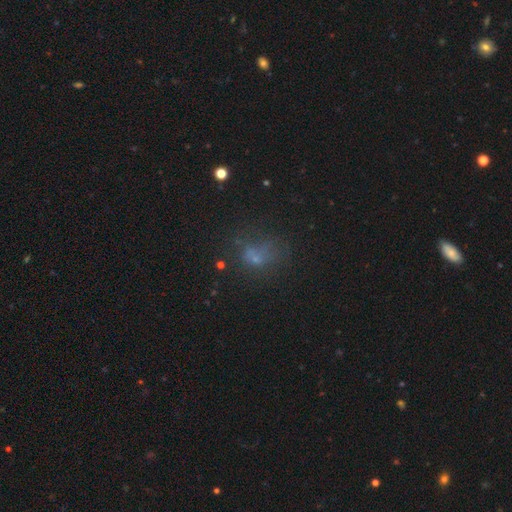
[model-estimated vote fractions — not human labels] Overall: smooth (47%; star or artifact 30%). Merging: none (41%; major disturbance 28%).